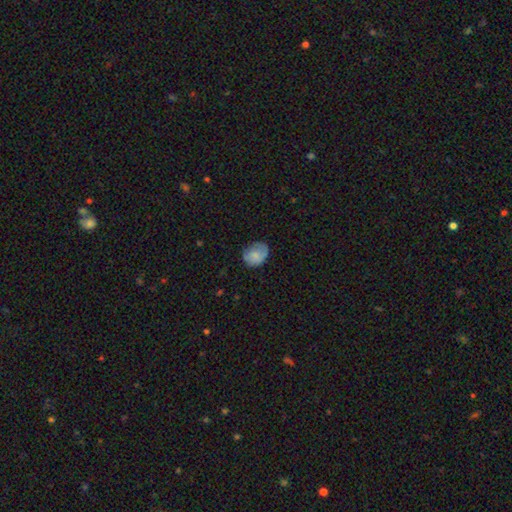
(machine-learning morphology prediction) Smooth or featured? smooth (71%)
How rounded? in between (50%)
Merging? none (61%)